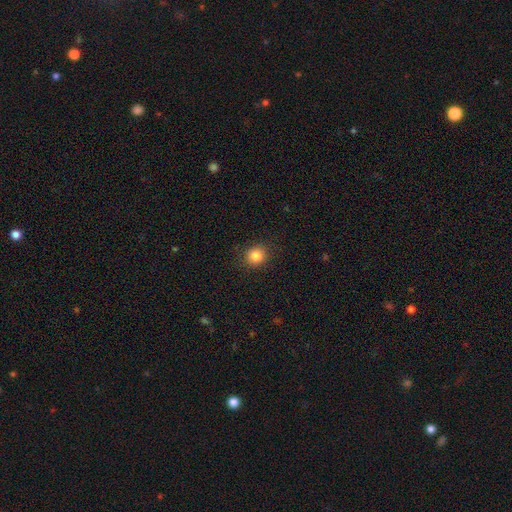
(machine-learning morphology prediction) smooth_or_featured: smooth (p=0.85) [alt: star or artifact p=0.11]
how_rounded: round (p=0.85) [alt: in between p=0.14]
merging: none (p=0.88) [alt: minor disturbance p=0.08]